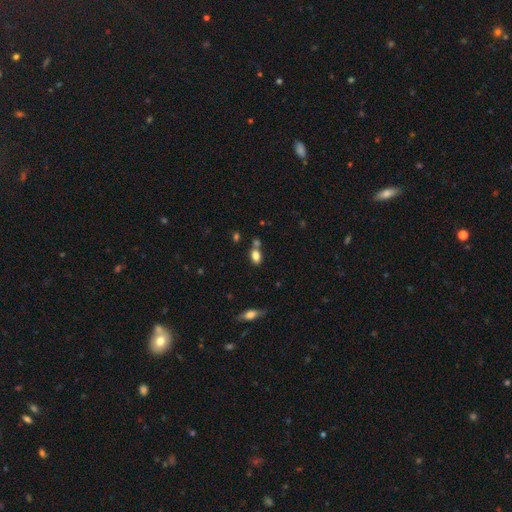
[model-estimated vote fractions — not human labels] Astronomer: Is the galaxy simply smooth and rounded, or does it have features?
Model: smooth — 79%.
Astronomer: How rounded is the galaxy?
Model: in between — 85%.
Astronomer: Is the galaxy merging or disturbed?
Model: none — 59%.